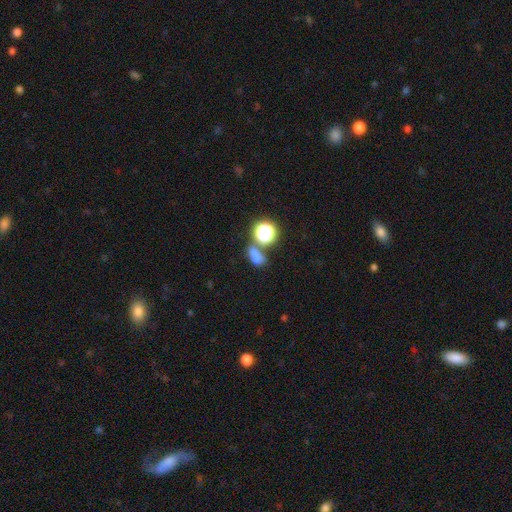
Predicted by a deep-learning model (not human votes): Smooth or featured?
  - smooth: 67% *
  - star or artifact: 23%
  - featured or disk: 10%
How rounded?
  - in between: 63% *
  - round: 34%
  - cigar-shaped: 3%
Merging?
  - none: 45% *
  - merger: 35%
  - minor disturbance: 13%
  - major disturbance: 7%